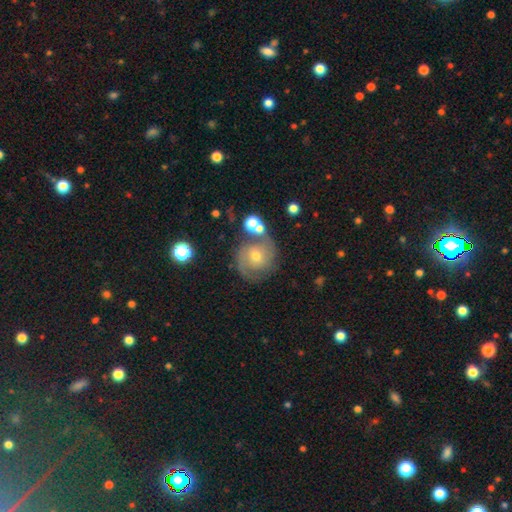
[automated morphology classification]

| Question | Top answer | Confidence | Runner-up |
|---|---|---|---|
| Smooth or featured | featured or disk | 70% | smooth (20%) |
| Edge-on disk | no | 98% | yes (2%) |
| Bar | no | 62% | weak (31%) |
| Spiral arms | yes | 92% | no (8%) |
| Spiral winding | medium | 46% | tight (39%) |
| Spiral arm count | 2 | 76% | can't tell (11%) |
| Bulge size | moderate | 52% | small (43%) |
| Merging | none | 67% | minor disturbance (16%) |